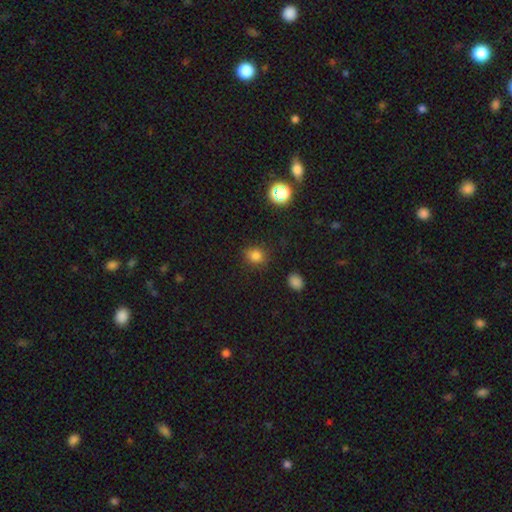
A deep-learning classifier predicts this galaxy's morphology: A smooth galaxy with no disk features (80%) that is round (69%). Merging: none (84%).